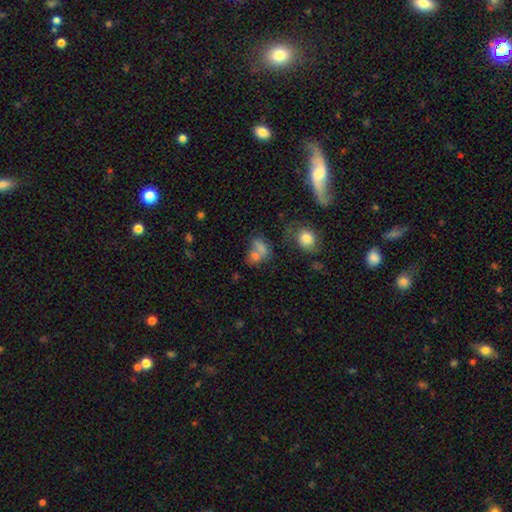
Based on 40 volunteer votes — Smooth or featured?
  - smooth: 68% *
  - featured or disk: 25%
  - star or artifact: 8%
How rounded?
  - in between: 52% *
  - round: 41%
  - cigar-shaped: 7%
Merging?
  - none: 41% *
  - merger: 35%
  - minor disturbance: 16%
  - major disturbance: 8%